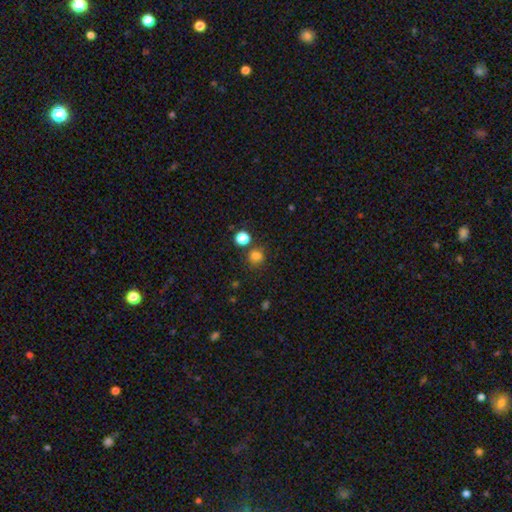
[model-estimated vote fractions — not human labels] Morphology: type=smooth (77%); roundness=round (71%); merging=none (66%).